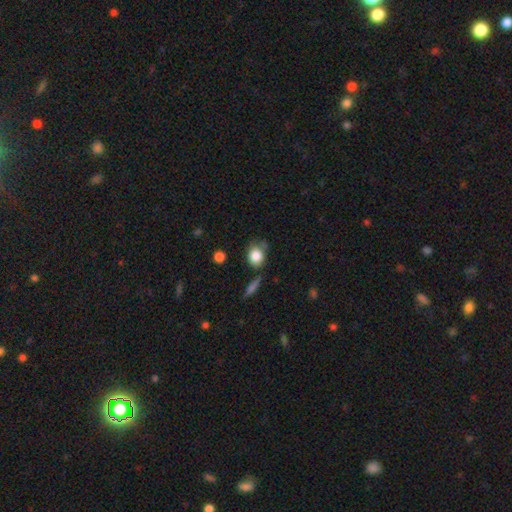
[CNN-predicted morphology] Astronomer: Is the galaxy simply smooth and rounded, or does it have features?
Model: smooth — 82%.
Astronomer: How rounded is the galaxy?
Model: round — 55% (runner-up: in between, 43%).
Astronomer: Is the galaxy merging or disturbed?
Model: none — 60%.